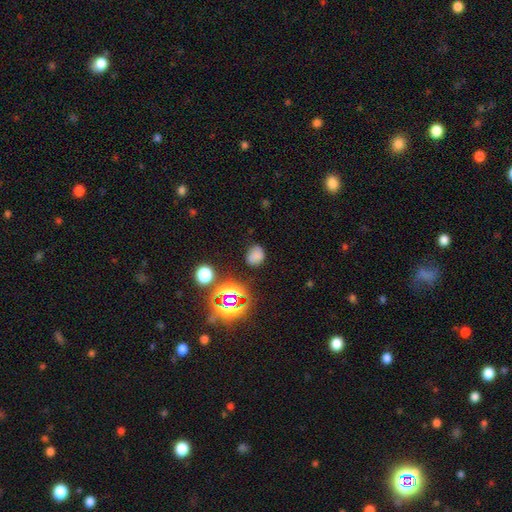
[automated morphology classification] Smooth or featured: smooth — 69% (star or artifact — 23%)
How rounded: round — 53% (in between — 46%)
Merging: none — 75% (minor disturbance — 17%)